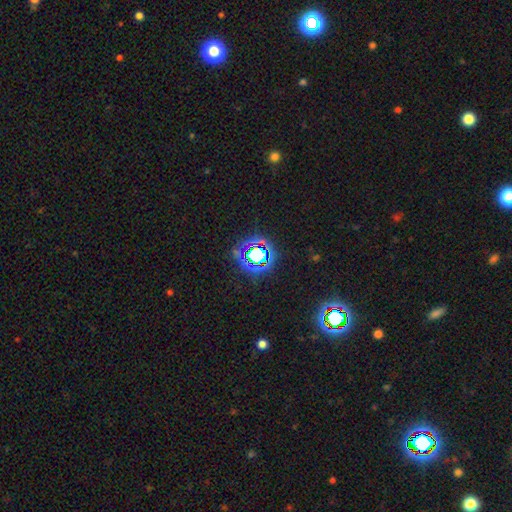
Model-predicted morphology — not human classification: This is likely a star or artifact rather than a galaxy (66%).